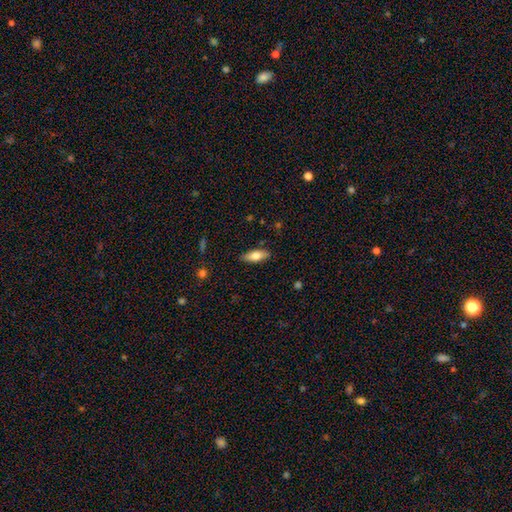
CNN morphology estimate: type=smooth (74%); roundness=in between (77%); merging=none (86%).